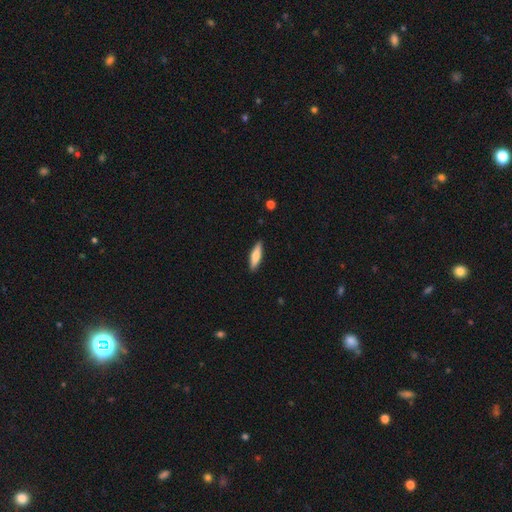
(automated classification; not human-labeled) Morphology: type=smooth (66%); roundness=cigar-shaped (67%); merging=none (90%).